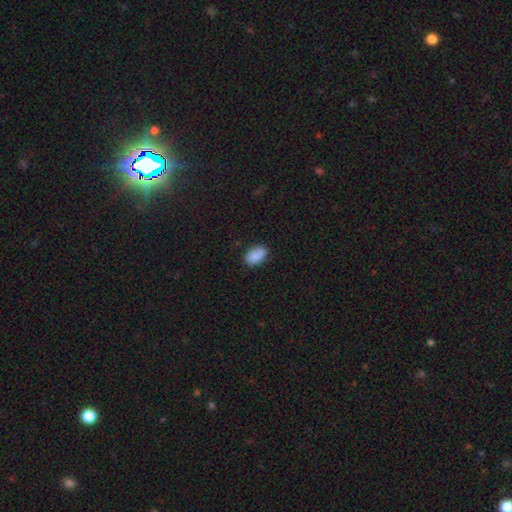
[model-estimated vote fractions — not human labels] Smooth or featured? smooth (88%)
How rounded? in between (90%)
Merging? none (80%)